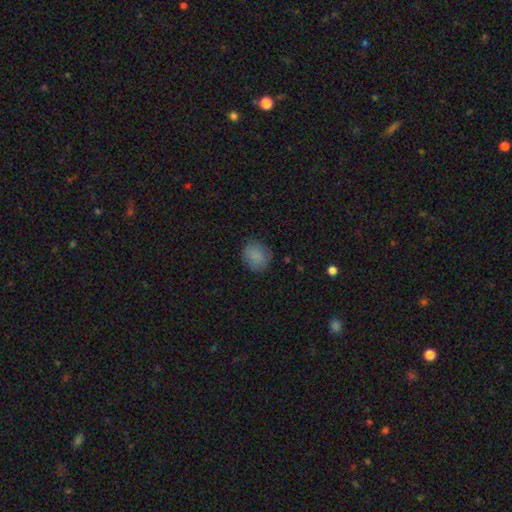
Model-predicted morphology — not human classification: A smooth galaxy with no disk features (85%) that is round (74%). Merging: none (81%).